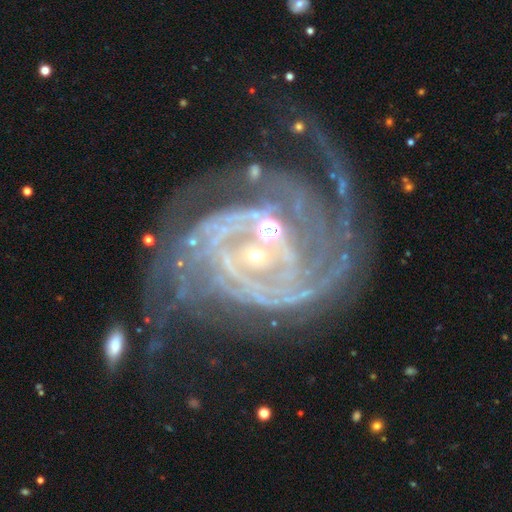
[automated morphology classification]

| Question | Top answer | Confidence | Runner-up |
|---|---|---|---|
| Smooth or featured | featured or disk | 88% | star or artifact (8%) |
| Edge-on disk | no | 97% | yes (3%) |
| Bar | no | 54% | weak (25%) |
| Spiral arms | yes | 94% | no (6%) |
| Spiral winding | tight | 59% | medium (31%) |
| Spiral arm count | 2 | 28% | can't tell (23%) |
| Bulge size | small | 65% | moderate (26%) |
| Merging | none | 50% | major disturbance (22%) |